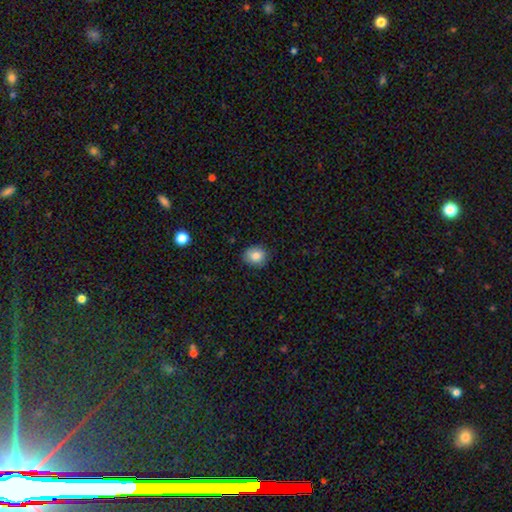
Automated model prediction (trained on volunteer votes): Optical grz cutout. It shows a smooth galaxy with no disk features (84%) that is round (74%). Merging: none (84%).